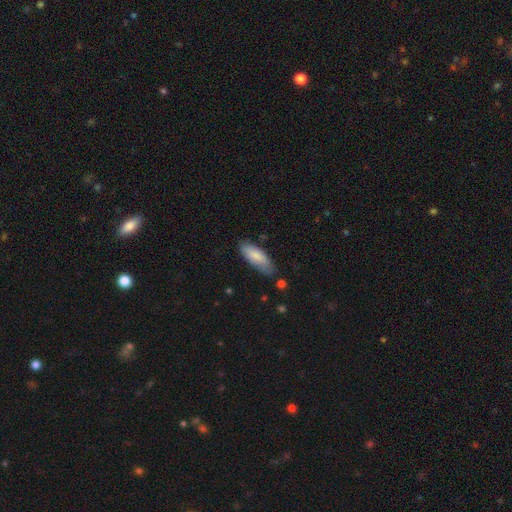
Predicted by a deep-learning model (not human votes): Morphology: type=smooth (83%); roundness=in between (71%); merging=none (72%).